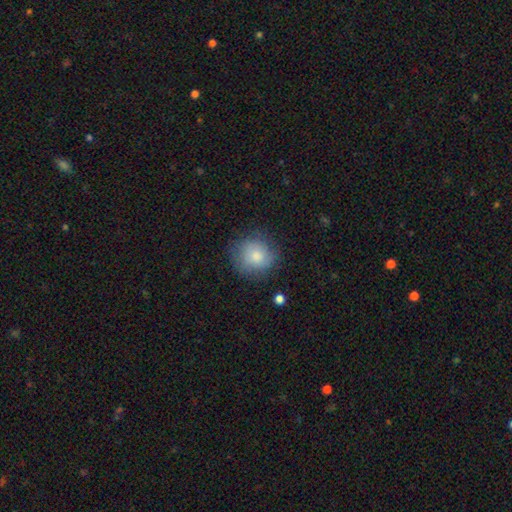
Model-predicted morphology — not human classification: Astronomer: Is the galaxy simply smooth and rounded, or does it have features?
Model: smooth — 80%.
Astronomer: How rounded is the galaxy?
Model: round — 86%.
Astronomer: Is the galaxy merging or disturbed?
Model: none — 75%.